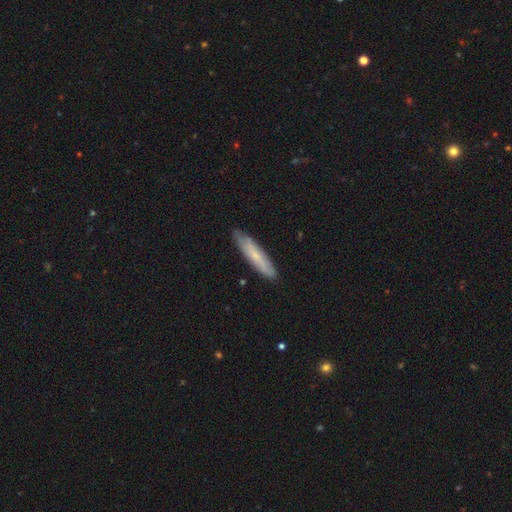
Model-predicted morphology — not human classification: smooth 55%, featured or disk 38%, star or artifact 6%. Down the decision tree: how rounded — cigar-shaped (83%); merging — none (83%).